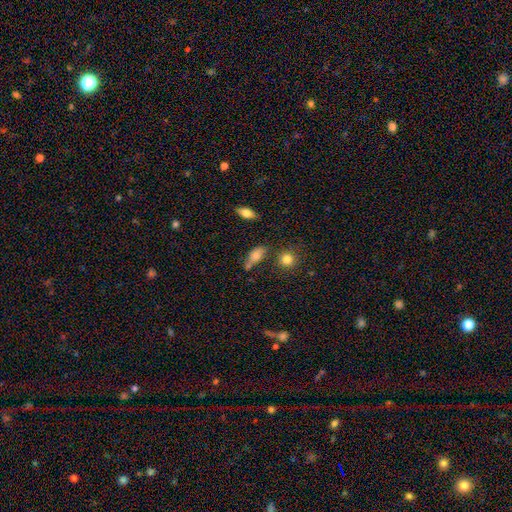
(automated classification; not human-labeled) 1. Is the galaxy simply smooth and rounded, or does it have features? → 78% smooth, 12% featured or disk, 10% star or artifact.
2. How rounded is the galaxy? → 78% in between, 12% cigar-shaped, 10% round.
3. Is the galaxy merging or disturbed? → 54% none, 22% minor disturbance, 16% merger, 8% major disturbance.